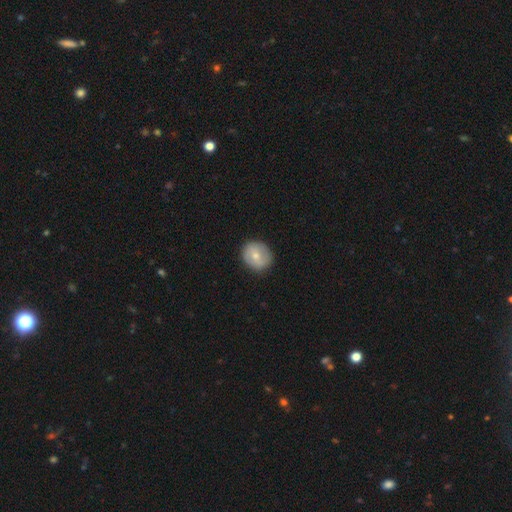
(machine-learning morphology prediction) A smooth galaxy with no disk features (66%) that is round (79%). Merging: none (86%).